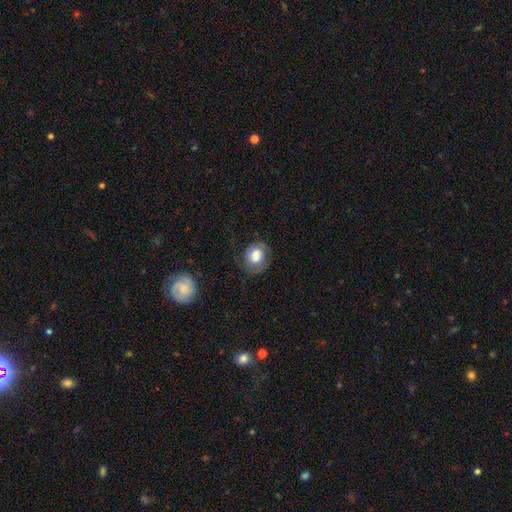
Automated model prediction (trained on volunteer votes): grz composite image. It shows a smooth galaxy with no disk features (71%) that is round (54%). Merging: none (65%).